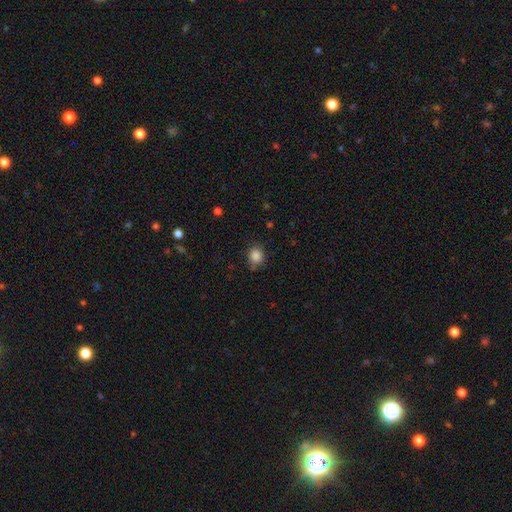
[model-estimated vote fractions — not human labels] The model was most divided on "how rounded": round: 67%, in between: 32%, cigar-shaped: 1%. More confident: smooth or featured — smooth (86%); merging — none (75%).